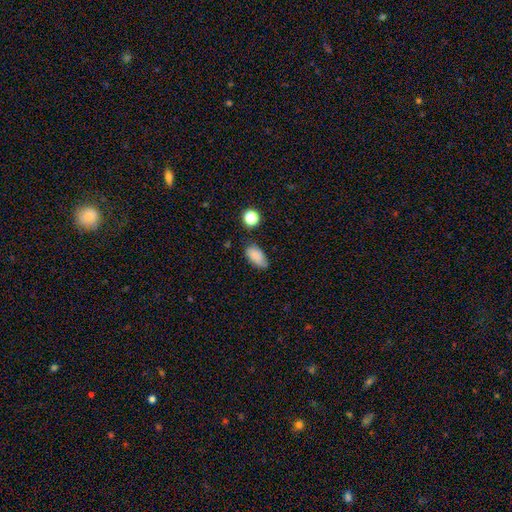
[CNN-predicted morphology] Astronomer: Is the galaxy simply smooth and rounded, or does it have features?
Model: smooth — 82%.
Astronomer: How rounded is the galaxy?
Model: in between — 90%.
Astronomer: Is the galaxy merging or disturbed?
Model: none — 66%.